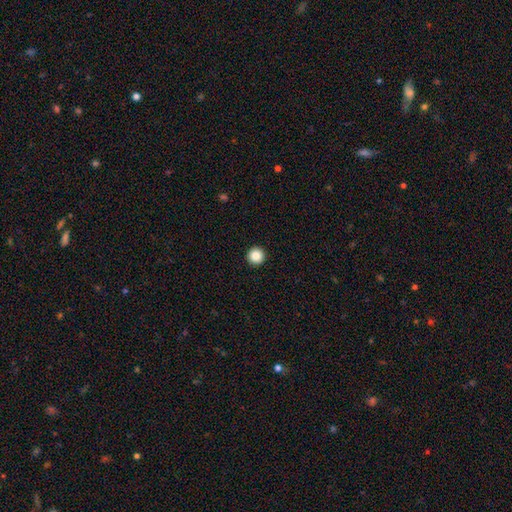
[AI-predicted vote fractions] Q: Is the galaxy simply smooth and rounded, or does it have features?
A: smooth — 86%.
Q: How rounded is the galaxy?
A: round — 97%.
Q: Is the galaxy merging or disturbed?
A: none — 94%.